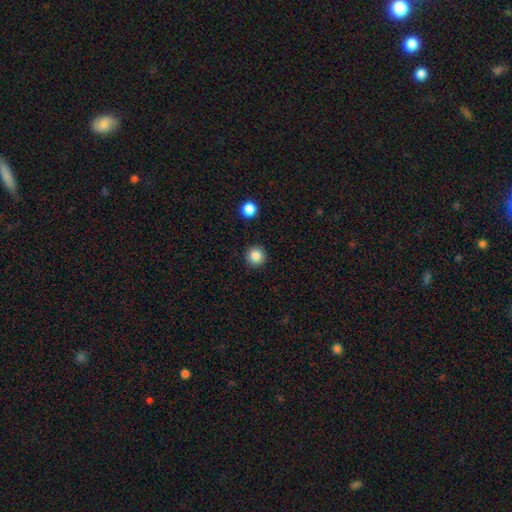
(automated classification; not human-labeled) smooth_or_featured: smooth (p=0.85) [alt: star or artifact p=0.11]
how_rounded: round (p=0.96) [alt: in between p=0.03]
merging: none (p=0.92) [alt: minor disturbance p=0.05]